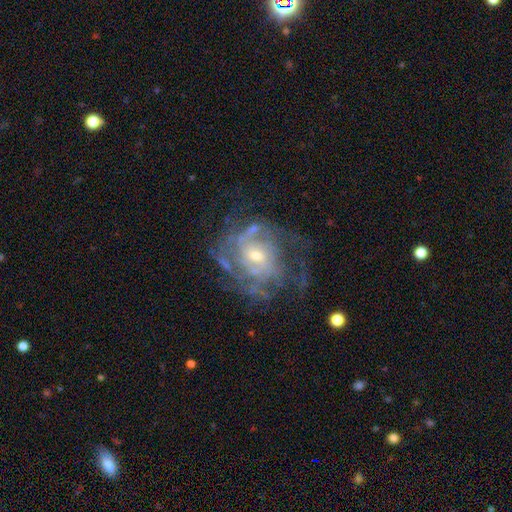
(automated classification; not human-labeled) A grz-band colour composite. It shows a featured or disk galaxy (85%) with no bar (61%), tight (55%) spiral arms (89%) and a small central bulge (57%). Merging: none (58%).